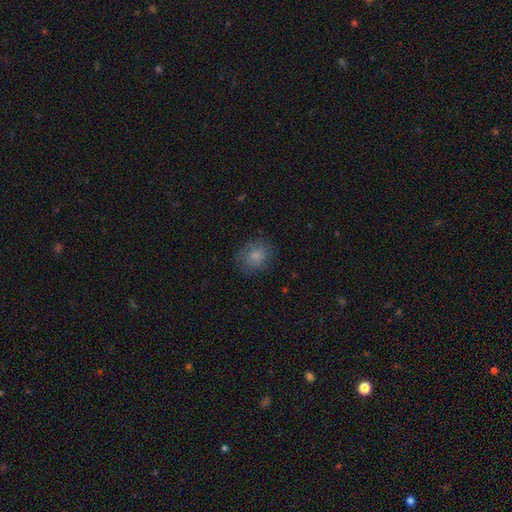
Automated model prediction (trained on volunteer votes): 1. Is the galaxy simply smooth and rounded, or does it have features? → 79% smooth, 12% featured or disk, 9% star or artifact.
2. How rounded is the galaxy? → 62% round, 37% in between, 1% cigar-shaped.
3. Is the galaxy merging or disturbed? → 74% none, 18% minor disturbance, 7% major disturbance, 1% merger.